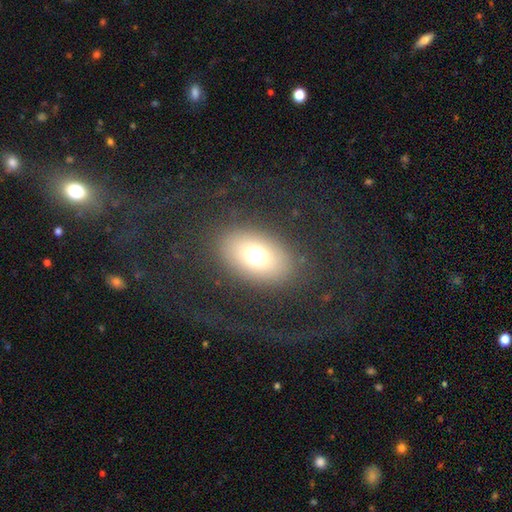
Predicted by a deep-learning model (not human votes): This appears to be a smooth galaxy with no disk features (67%) that is in between round and cigar-shaped (75%). Merging: none (82%).